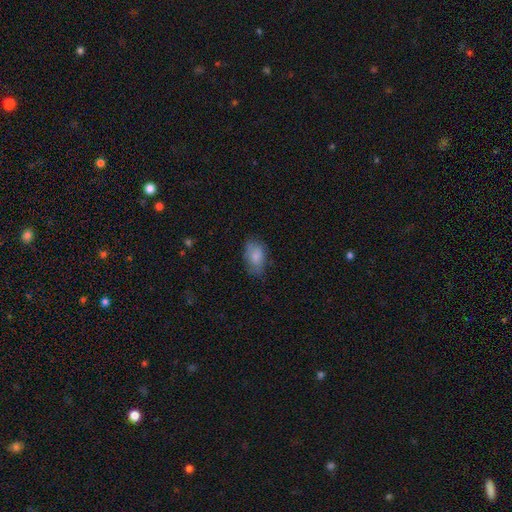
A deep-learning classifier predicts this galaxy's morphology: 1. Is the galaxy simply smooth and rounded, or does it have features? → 80% smooth, 13% featured or disk, 7% star or artifact.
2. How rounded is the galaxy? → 89% in between, 9% round, 2% cigar-shaped.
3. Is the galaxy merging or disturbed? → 65% none, 26% minor disturbance, 8% major disturbance, 1% merger.